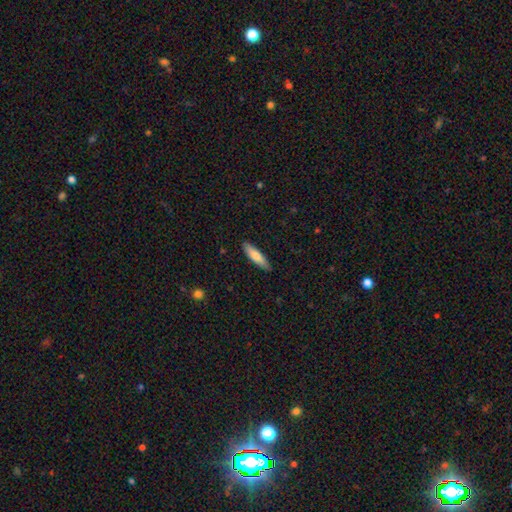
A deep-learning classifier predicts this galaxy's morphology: A smooth galaxy with no disk features (76%) that is cigar-shaped (69%). Merging: none (88%).